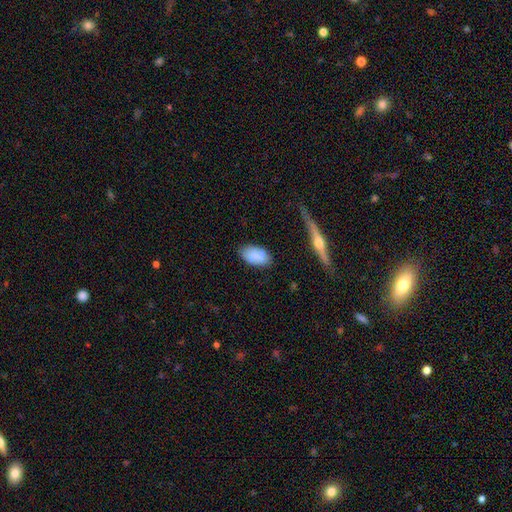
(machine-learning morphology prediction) Smooth or featured? Predicted: smooth (p=0.83). How rounded? Predicted: in between (p=0.94). Merging? Predicted: none (p=0.73).